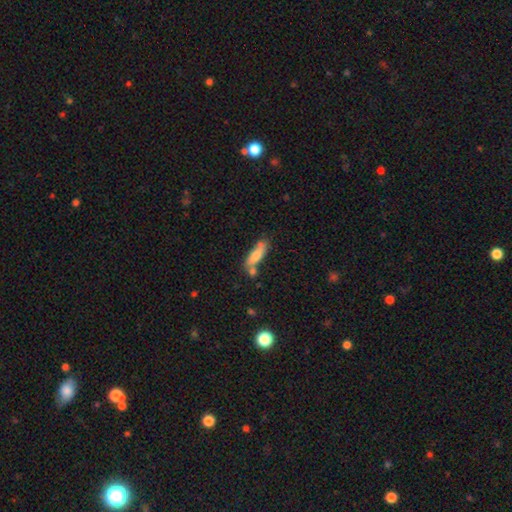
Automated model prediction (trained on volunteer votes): Overall: smooth (69%). How rounded: cigar-shaped (58%; in between 39%). Merging: none (55%; merger 21%).